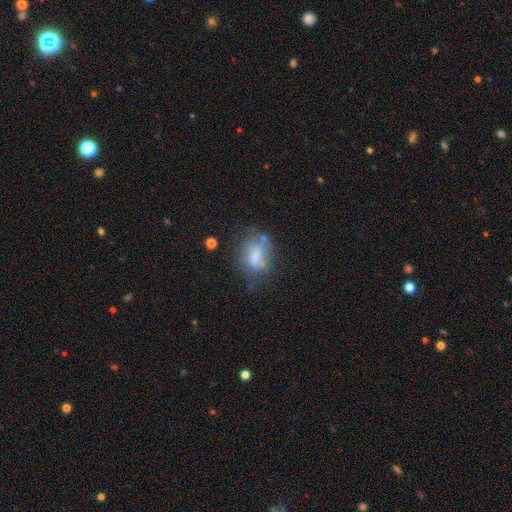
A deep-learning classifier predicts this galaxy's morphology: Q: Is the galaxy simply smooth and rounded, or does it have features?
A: smooth — 64%.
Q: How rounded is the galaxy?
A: in between — 74%.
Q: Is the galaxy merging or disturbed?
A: none — 42%.